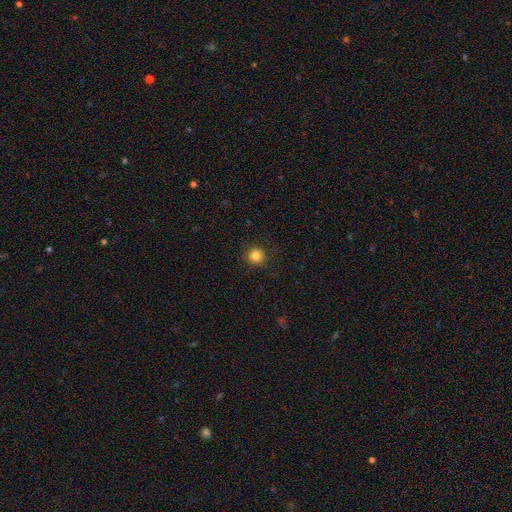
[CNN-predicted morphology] smooth 83%, star or artifact 12%, featured or disk 5%. Down the decision tree: how rounded — round (94%); merging — none (92%).